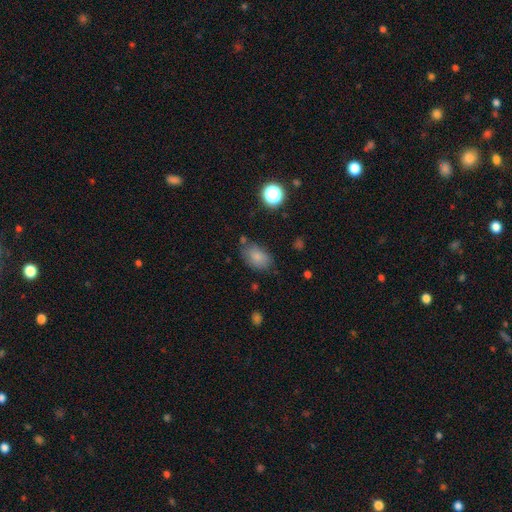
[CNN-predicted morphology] This appears to be a smooth galaxy with no disk features (81%) that is in between round and cigar-shaped (85%). Merging: none (67%).